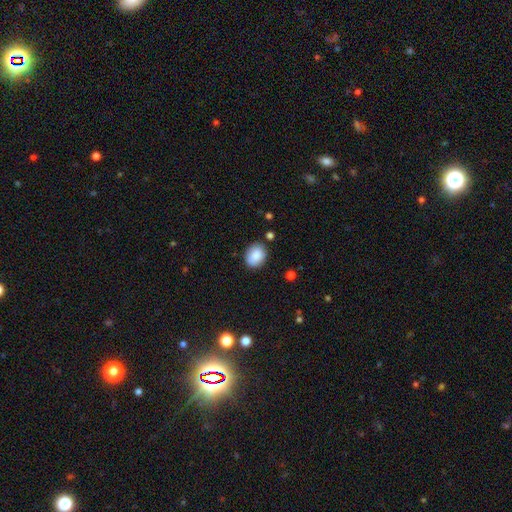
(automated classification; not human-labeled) This is clearly a smooth galaxy (86%). How rounded: possibly in between (54%). Merging: clearly none (83%).